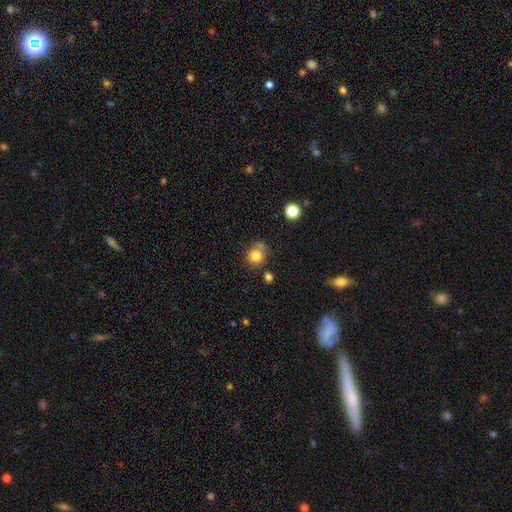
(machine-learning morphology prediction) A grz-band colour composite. It shows a smooth galaxy with no disk features (82%) that is round (83%). Merging: none (60%).